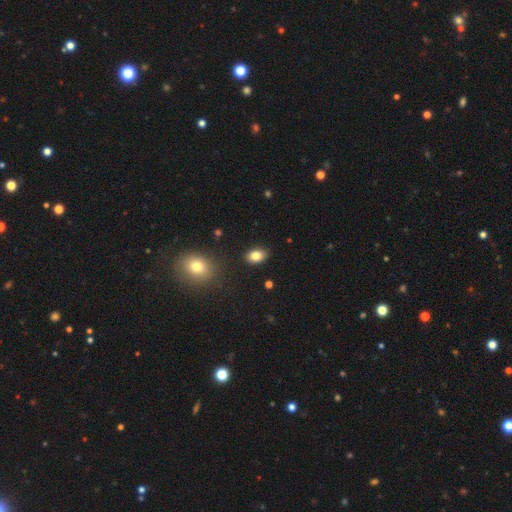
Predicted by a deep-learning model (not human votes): The model was most divided on "how rounded": in between: 82%, round: 16%, cigar-shaped: 1%. More confident: merging — none (88%); smooth or featured — smooth (83%).